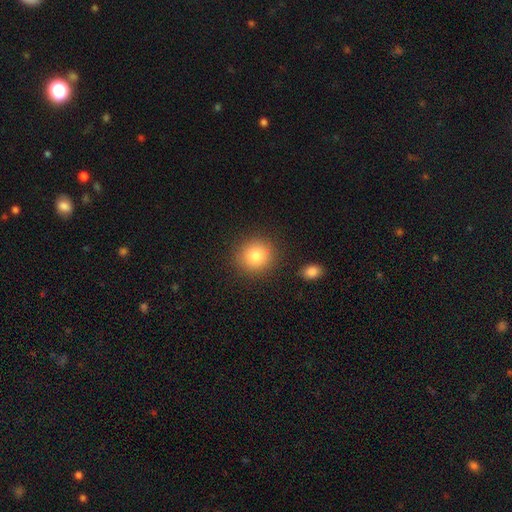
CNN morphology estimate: smooth 83%, star or artifact 9%, featured or disk 7%. Down the decision tree: how rounded — round (88%); merging — none (86%).